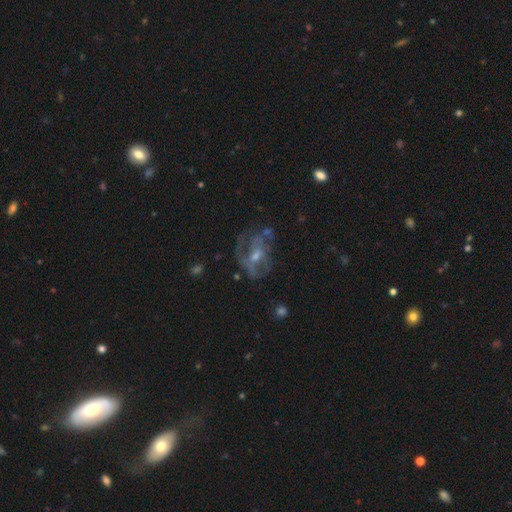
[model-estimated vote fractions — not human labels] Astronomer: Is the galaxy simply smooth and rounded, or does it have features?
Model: featured or disk — 72%.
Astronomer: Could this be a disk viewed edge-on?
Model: no — 96%.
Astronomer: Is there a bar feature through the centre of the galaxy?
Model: no — 58%.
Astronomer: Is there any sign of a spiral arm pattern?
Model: yes — 57% (runner-up: no, 43%).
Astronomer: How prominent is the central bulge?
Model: moderate — 49% (runner-up: small, 43%).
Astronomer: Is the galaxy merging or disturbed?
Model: none — 50% (runner-up: major disturbance, 26%).